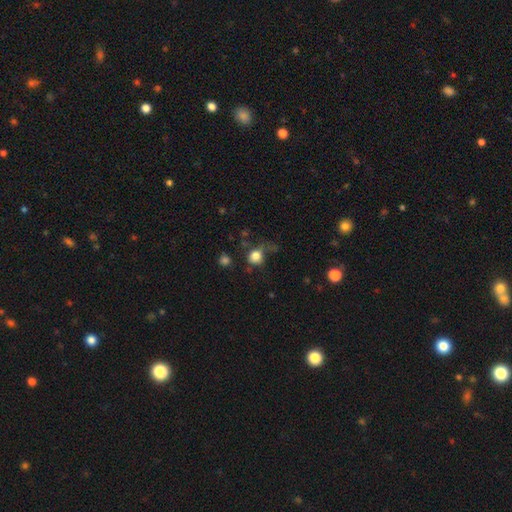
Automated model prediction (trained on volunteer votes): smooth_or_featured: smooth (p=0.80) [alt: star or artifact p=0.12]
how_rounded: round (p=0.74) [alt: in between p=0.24]
merging: none (p=0.45) [alt: minor disturbance p=0.25]